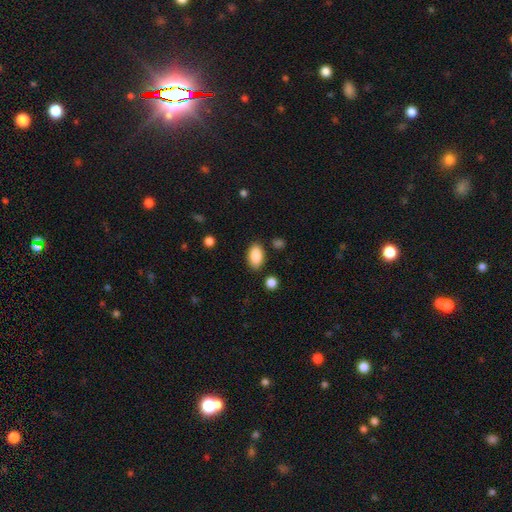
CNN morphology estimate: Overall: smooth (88%). How rounded: in between (92%). Merging: none (84%).